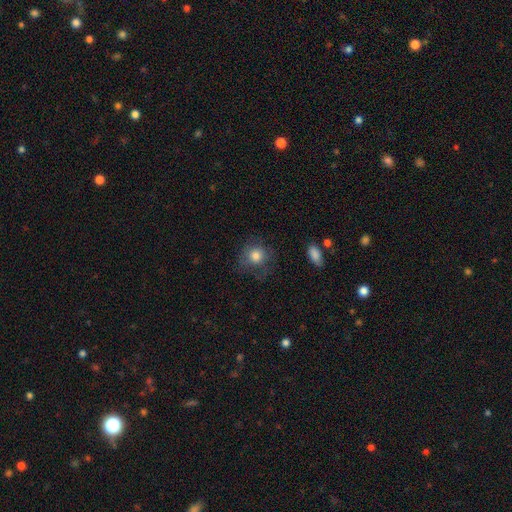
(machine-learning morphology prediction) smooth 77%, featured or disk 14%, star or artifact 9%. Down the decision tree: how rounded — round (86%); merging — none (66%).